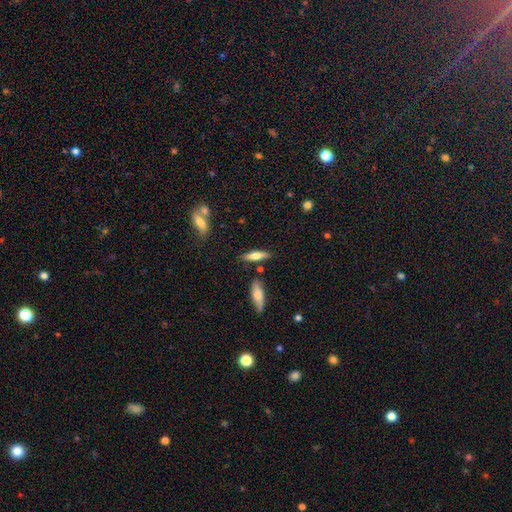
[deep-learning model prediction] The model was most divided on "how rounded": cigar-shaped: 60%, in between: 37%, round: 2%. More confident: merging — none (78%); smooth or featured — smooth (58%).